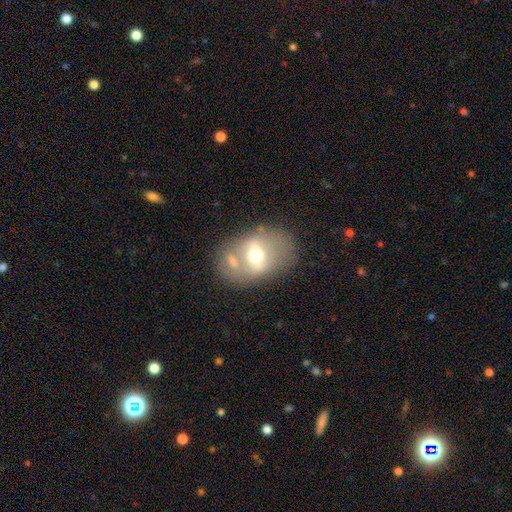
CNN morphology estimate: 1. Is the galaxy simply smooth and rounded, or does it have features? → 53% featured or disk, 39% smooth, 9% star or artifact.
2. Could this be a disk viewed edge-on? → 90% no, 10% yes.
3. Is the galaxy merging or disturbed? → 56% none, 19% merger, 17% minor disturbance, 8% major disturbance.